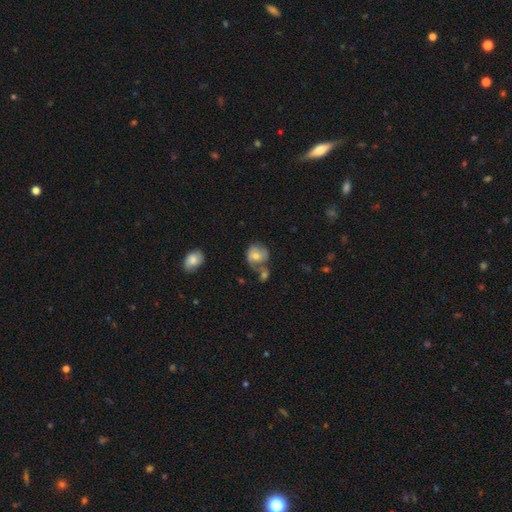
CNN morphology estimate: smooth-or-featured: smooth: 50% | featured or disk: 42% | star or artifact: 8%
  how-rounded: round: 70% | in between: 29% | cigar-shaped: 1%
  merging: none: 39% | merger: 28% | minor disturbance: 21% | major disturbance: 12%